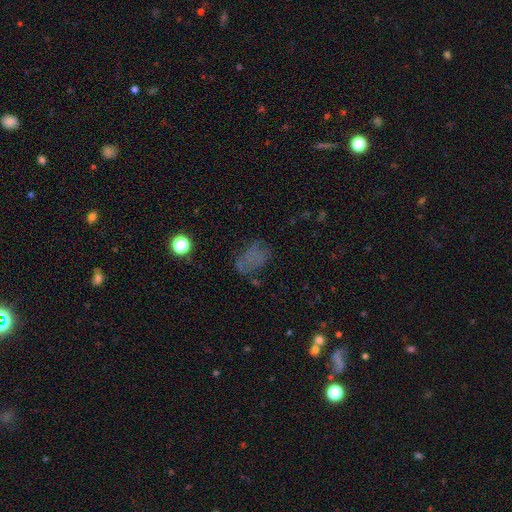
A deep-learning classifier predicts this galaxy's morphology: Smooth or featured: smooth — 54% (star or artifact — 24%)
How rounded: in between — 77% (round — 21%)
Merging: none — 53% (minor disturbance — 22%)